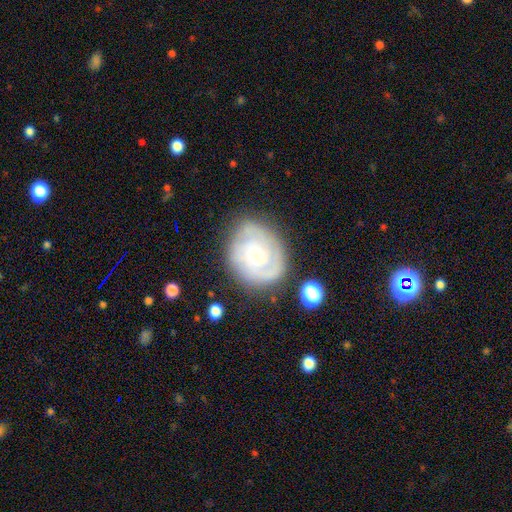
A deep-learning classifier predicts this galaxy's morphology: smooth-or-featured: featured or disk: 76% | smooth: 18% | star or artifact: 6%
  disk-edge-on: no: 97% | yes: 3%
    bar: no: 67% | weak: 29% | strong: 4%
    has-spiral-arms: yes: 91% | no: 9%
      spiral-winding: tight: 66% | medium: 27% | loose: 7%
      spiral-arm-count: 2: 37% | can't tell: 32% | 3: 17% | 1: 7% | 4: 4% | more than 4: 3%
    bulge-size: small: 53% | moderate: 42% | large: 2% | none: 1% | dominant: 1%
  merging: none: 75% | minor disturbance: 17% | major disturbance: 6% | merger: 2%